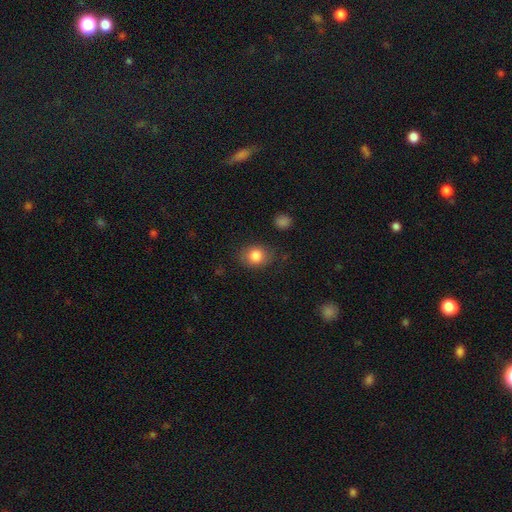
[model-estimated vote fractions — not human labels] smooth-or-featured: smooth: 83% | star or artifact: 9% | featured or disk: 8%
  how-rounded: round: 52% | in between: 47% | cigar-shaped: 1%
  merging: none: 77% | minor disturbance: 15% | major disturbance: 5% | merger: 2%